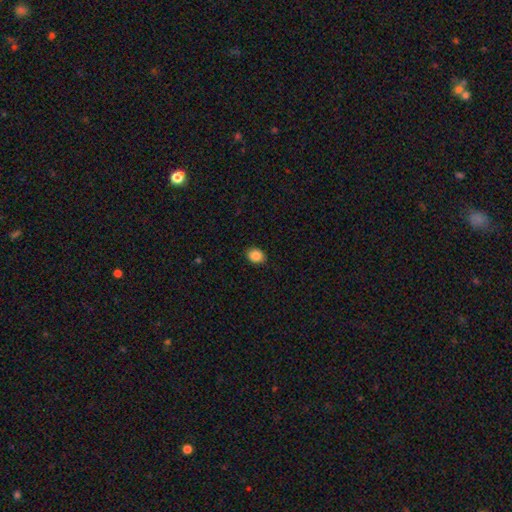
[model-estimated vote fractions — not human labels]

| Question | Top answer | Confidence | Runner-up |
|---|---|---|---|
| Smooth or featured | smooth | 87% | star or artifact (9%) |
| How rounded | in between | 57% | round (42%) |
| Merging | none | 88% | minor disturbance (9%) |